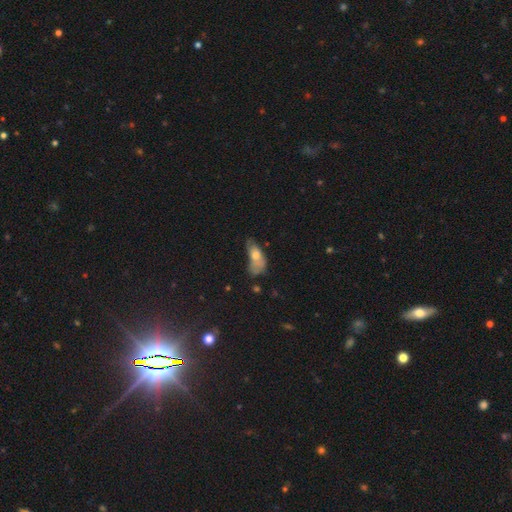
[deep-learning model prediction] The model was most divided on "merging": major disturbance: 37%, minor disturbance: 30%, none: 25%, merger: 8%. More confident: how rounded — in between (82%); smooth or featured — smooth (59%).